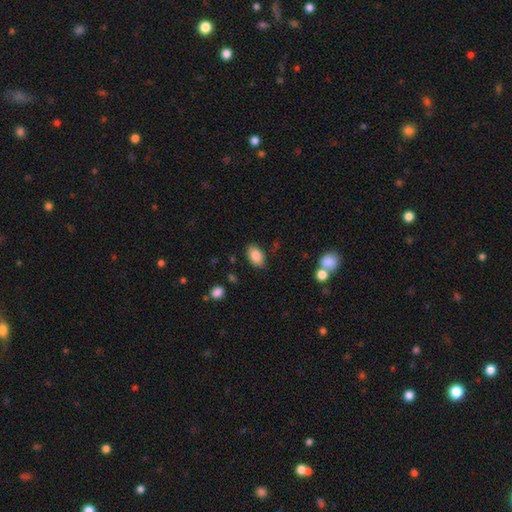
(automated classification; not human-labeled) This appears to be a smooth galaxy with no disk features (85%) that is in between round and cigar-shaped (91%). Merging: none (84%).